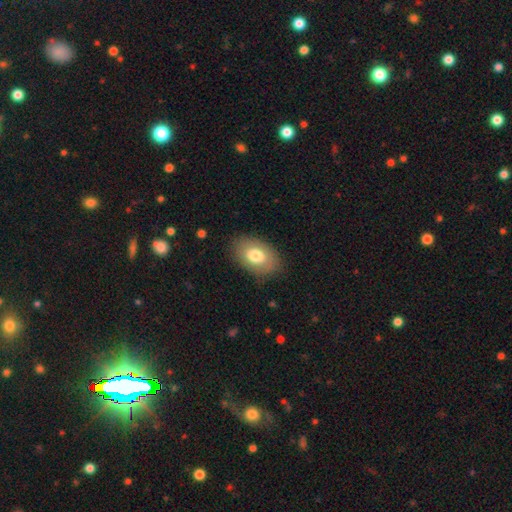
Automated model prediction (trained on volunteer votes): The model was most divided on "smooth or featured": smooth: 74%, featured or disk: 19%, star or artifact: 7%. More confident: how rounded — in between (87%); merging — none (83%).